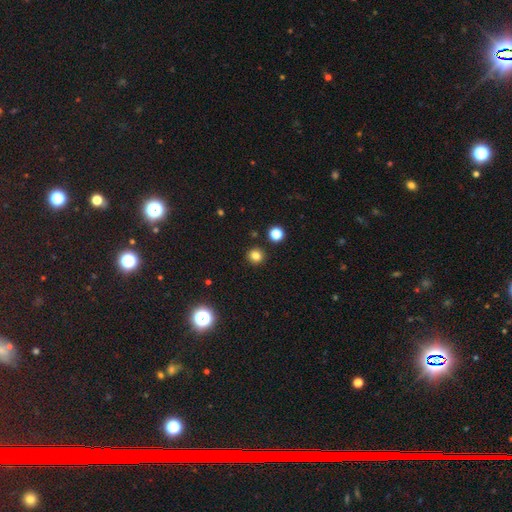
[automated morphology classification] Smooth or featured? smooth (81%)
How rounded? round (89%)
Merging? none (90%)